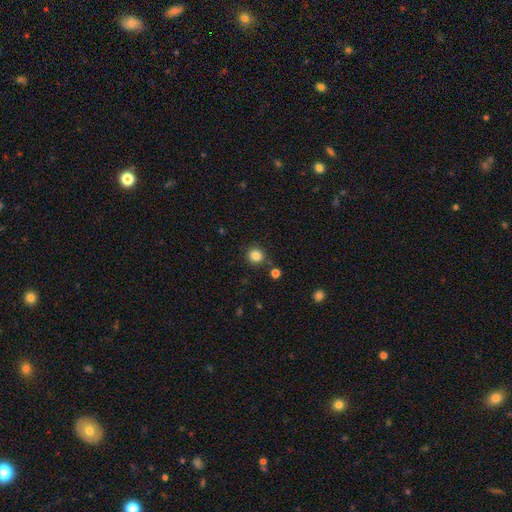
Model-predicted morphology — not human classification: smooth_or_featured: smooth (p=0.84) [alt: star or artifact p=0.11]
how_rounded: round (p=0.91) [alt: in between p=0.08]
merging: none (p=0.84) [alt: minor disturbance p=0.08]